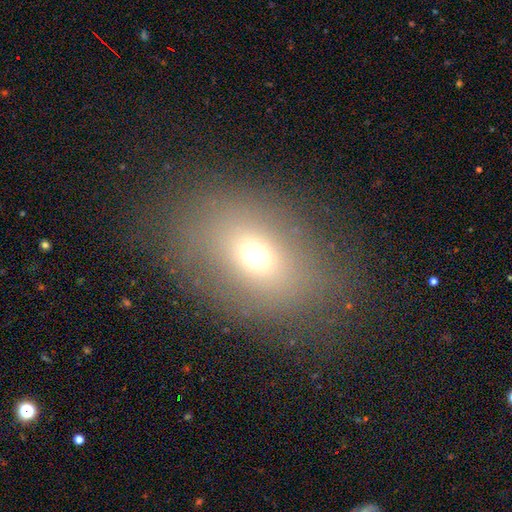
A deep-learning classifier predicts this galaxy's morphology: The model was most divided on "how rounded": in between: 71%, round: 27%, cigar-shaped: 1%. More confident: merging — none (77%); smooth or featured — smooth (65%).